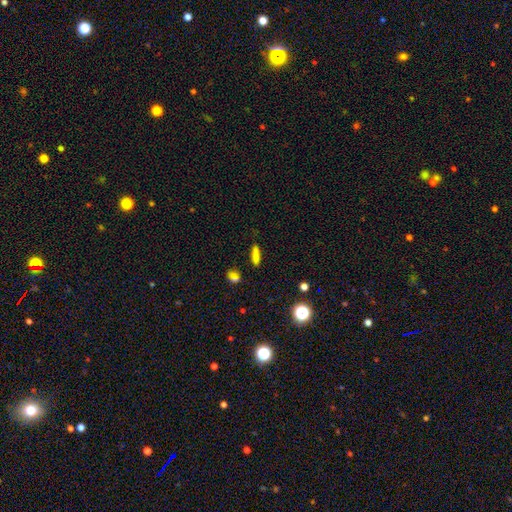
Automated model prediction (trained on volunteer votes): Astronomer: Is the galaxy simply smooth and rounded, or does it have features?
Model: smooth — 80%.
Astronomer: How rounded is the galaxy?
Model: cigar-shaped — 75%.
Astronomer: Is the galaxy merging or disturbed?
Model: none — 85%.